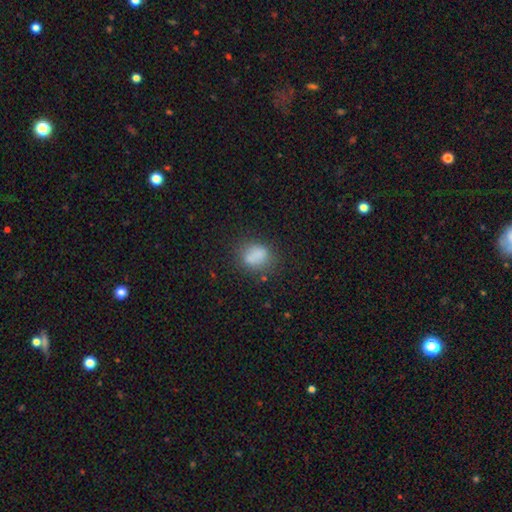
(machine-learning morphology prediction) Smooth or featured? smooth (76%)
How rounded? in between (58%)
Merging? none (61%)